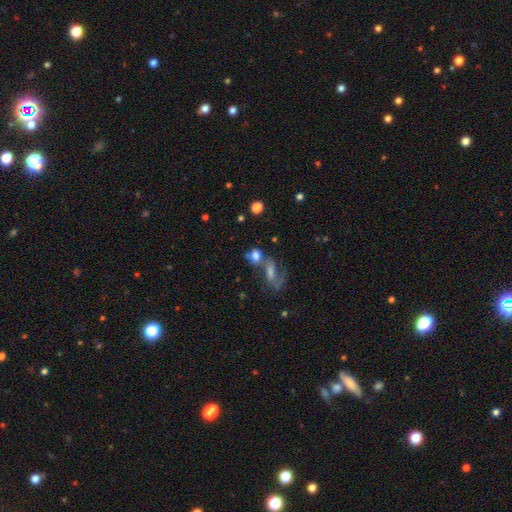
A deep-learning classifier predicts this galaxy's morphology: This is likely a smooth galaxy (64%). How rounded: possibly in between (56%). Merging: possibly merger (52%).